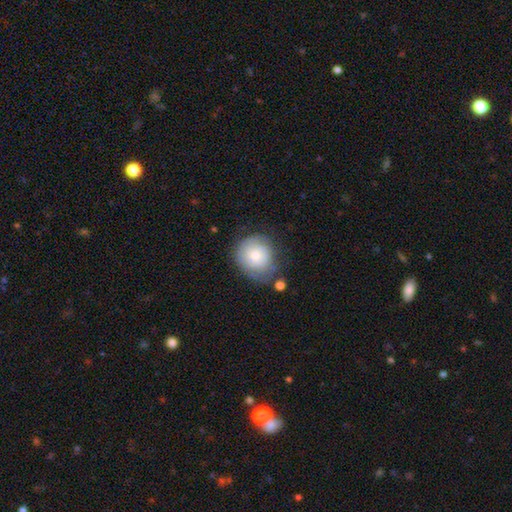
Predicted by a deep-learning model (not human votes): smooth 70%, featured or disk 23%, star or artifact 7%. Down the decision tree: how rounded — round (83%); merging — none (59%).